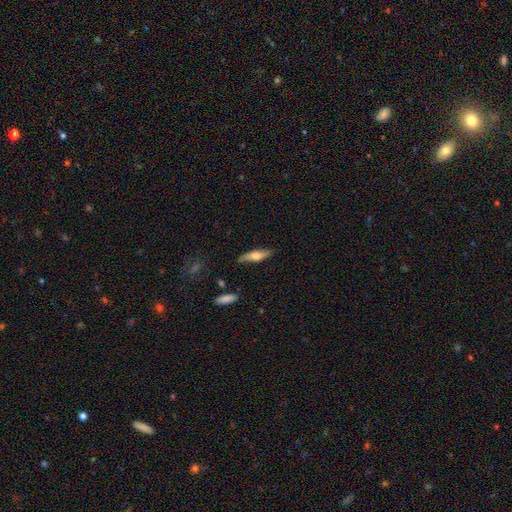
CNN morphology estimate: smooth_or_featured: smooth (p=0.58) [alt: featured or disk p=0.36]
how_rounded: cigar-shaped (p=0.63) [alt: in between p=0.34]
merging: none (p=0.81) [alt: minor disturbance p=0.14]